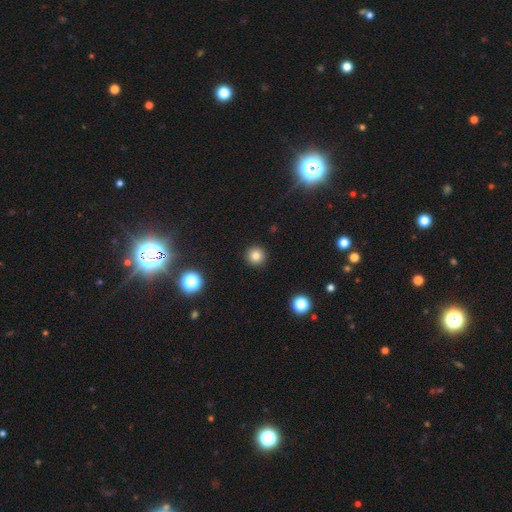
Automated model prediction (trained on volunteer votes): Smooth or featured? smooth (81%)
How rounded? round (95%)
Merging? none (92%)